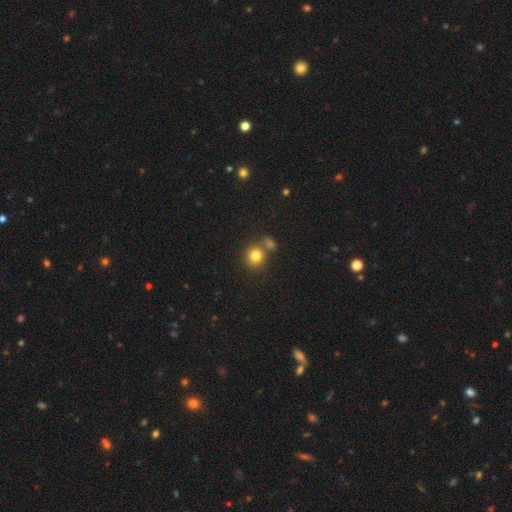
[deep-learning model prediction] smooth 80%, star or artifact 12%, featured or disk 8%. Down the decision tree: how rounded — round (82%); merging — none (61%).